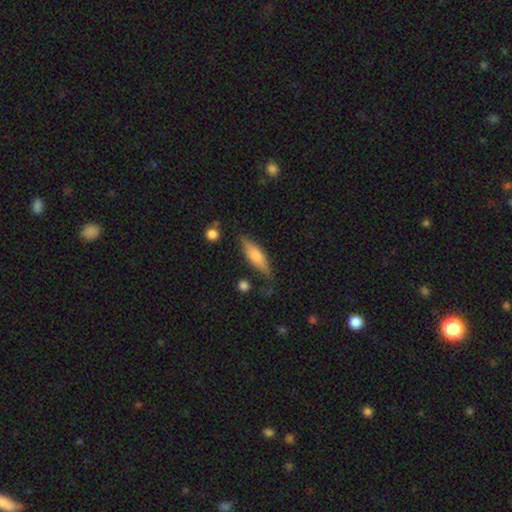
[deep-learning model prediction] Morphology: type=smooth (55%); roundness=cigar-shaped (63%); merging=none (75%).